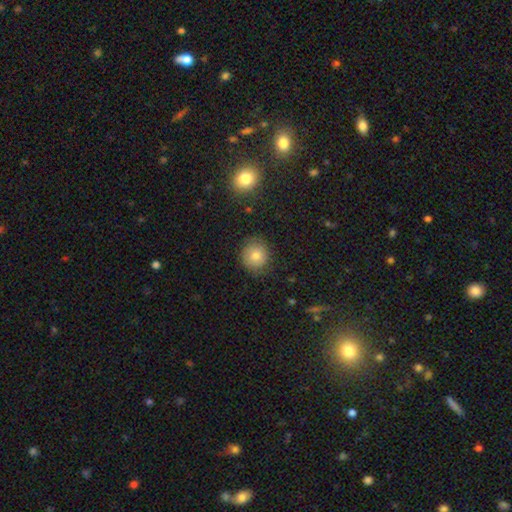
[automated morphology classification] smooth 77%, featured or disk 12%, star or artifact 11%. Down the decision tree: how rounded — round (82%); merging — none (81%).